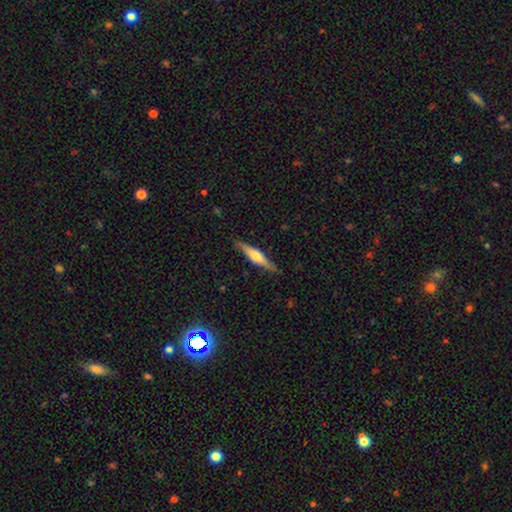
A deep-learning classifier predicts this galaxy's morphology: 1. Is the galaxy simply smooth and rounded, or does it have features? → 65% featured or disk, 30% smooth, 6% star or artifact.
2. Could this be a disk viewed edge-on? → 97% yes, 3% no.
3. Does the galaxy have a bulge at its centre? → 83% rounded, 13% boxy, 5% none.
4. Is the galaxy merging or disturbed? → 87% none, 10% minor disturbance, 2% major disturbance, 1% merger.